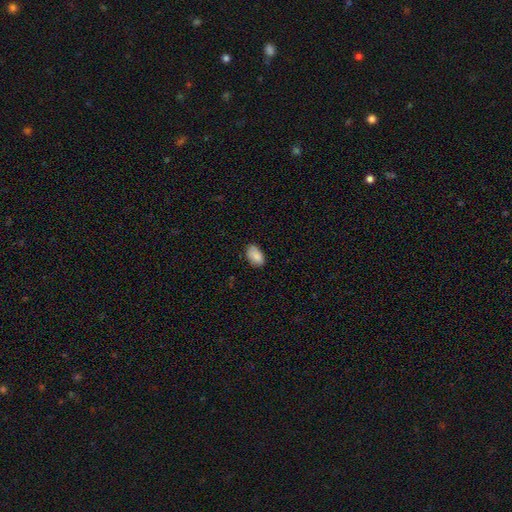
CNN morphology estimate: Q: Smooth or featured?
A: smooth (87%); runner-up: star or artifact (7%)
Q: How rounded?
A: in between (93%); runner-up: round (6%)
Q: Merging?
A: none (80%); runner-up: minor disturbance (16%)